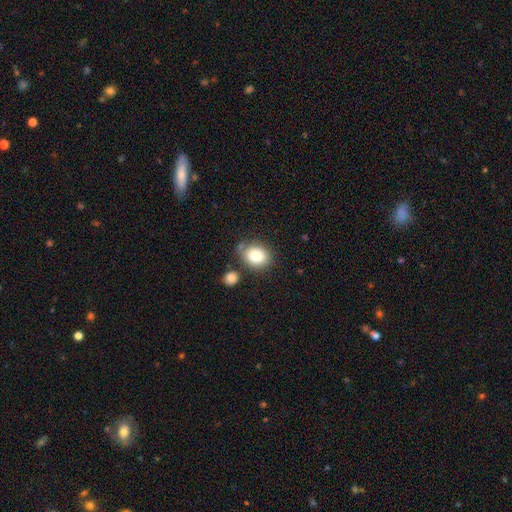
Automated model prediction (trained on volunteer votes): Morphology: type=smooth (84%); roundness=round (57%); merging=none (70%).